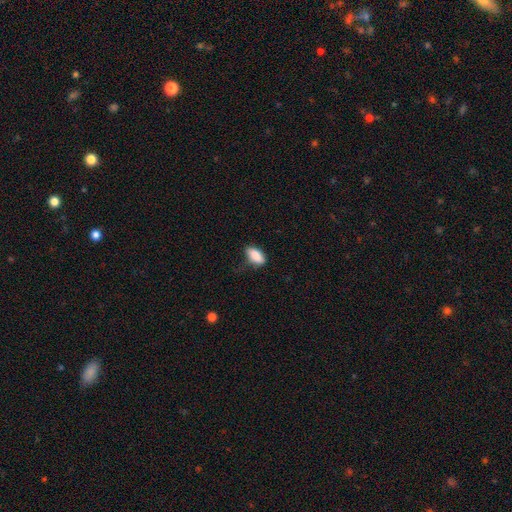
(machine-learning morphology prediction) A smooth galaxy with no disk features (87%) that is in between round and cigar-shaped (91%). Merging: none (59%).